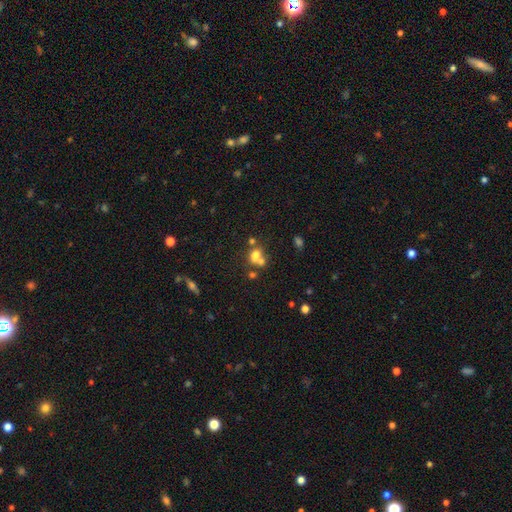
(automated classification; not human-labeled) Smooth or featured? smooth (63%)
How rounded? round (53%)
Merging? merger (51%)